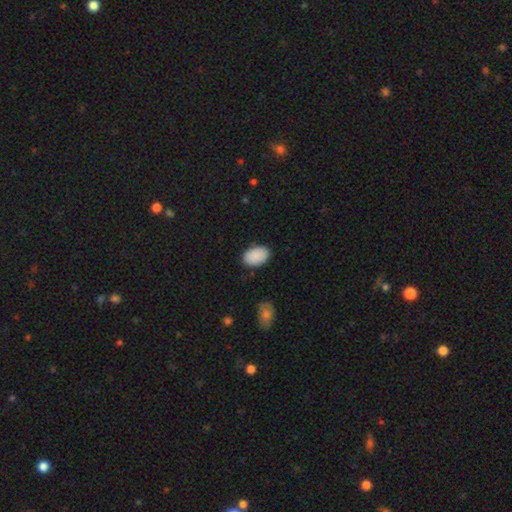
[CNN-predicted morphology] Smooth or featured?
  - smooth: 91% *
  - star or artifact: 6%
  - featured or disk: 3%
How rounded?
  - in between: 93% *
  - round: 6%
  - cigar-shaped: 1%
Merging?
  - none: 86% *
  - minor disturbance: 10%
  - major disturbance: 2%
  - merger: 1%